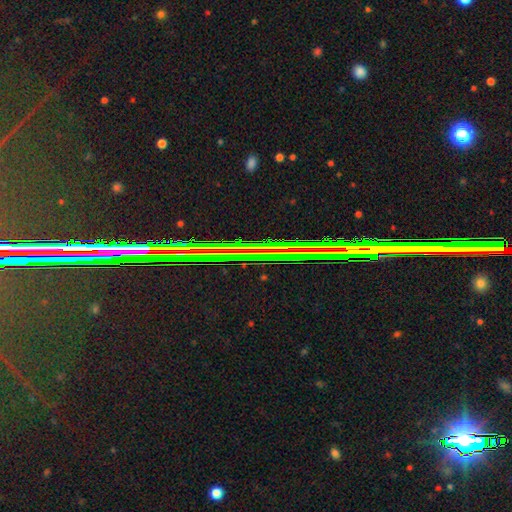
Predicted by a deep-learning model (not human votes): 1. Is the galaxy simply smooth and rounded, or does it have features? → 77% star or artifact, 15% featured or disk, 8% smooth.